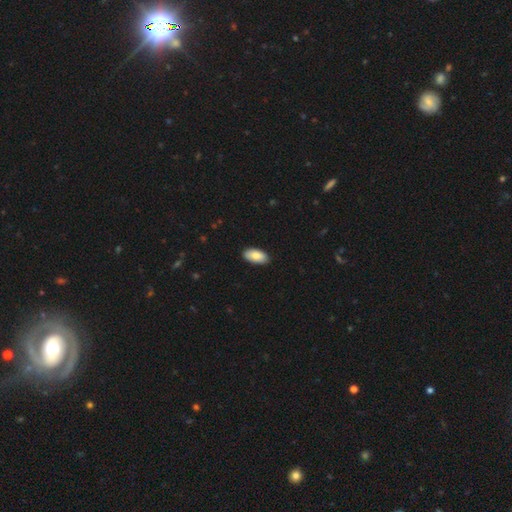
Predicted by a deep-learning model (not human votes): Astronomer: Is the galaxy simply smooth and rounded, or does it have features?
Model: smooth — 84%.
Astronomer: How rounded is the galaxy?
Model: in between — 94%.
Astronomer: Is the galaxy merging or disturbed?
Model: none — 89%.